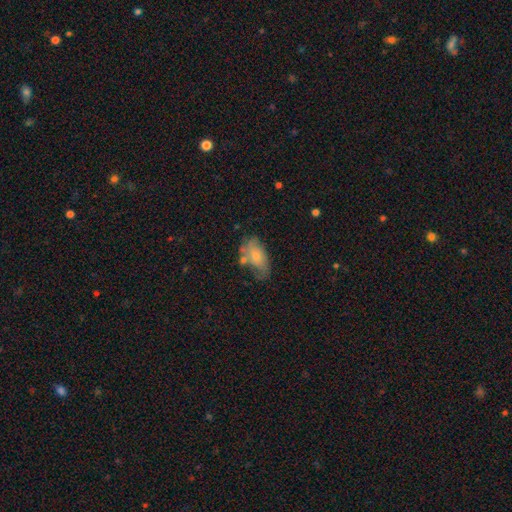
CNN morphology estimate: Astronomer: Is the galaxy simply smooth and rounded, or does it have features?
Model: smooth — 61%.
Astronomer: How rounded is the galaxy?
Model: in between — 90%.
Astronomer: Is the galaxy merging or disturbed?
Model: none — 40% (runner-up: minor disturbance, 29%).